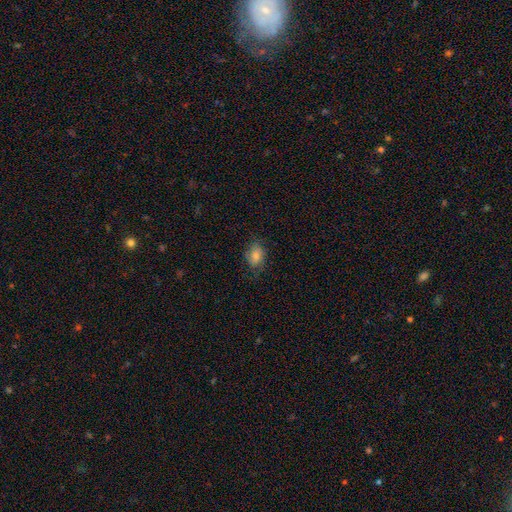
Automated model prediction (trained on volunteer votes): Smooth or featured: smooth — 73% (featured or disk — 15%)
How rounded: in between — 65% (round — 34%)
Merging: none — 72% (minor disturbance — 20%)